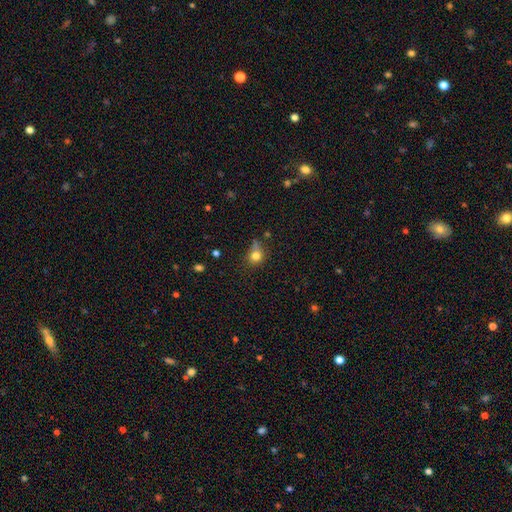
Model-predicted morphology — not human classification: Overall: smooth (79%). How rounded: round (73%). Merging: none (49%; minor disturbance 29%).